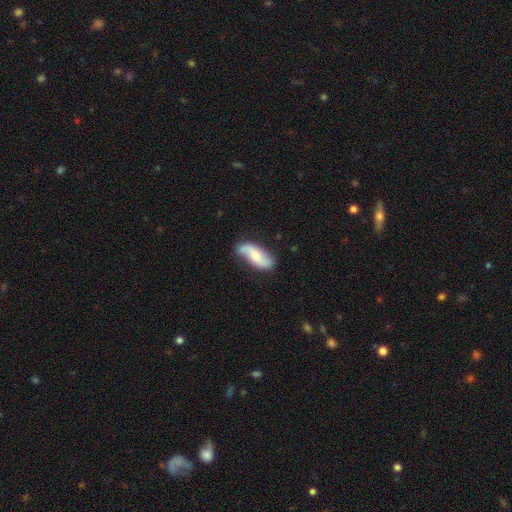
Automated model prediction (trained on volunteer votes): The model was most divided on "bar": no: 58%, weak: 30%, strong: 12%. More confident: edge-on disk — no (91%); spiral arms — yes (89%); spiral arm count — 2 (88%); spiral winding — loose (74%); merging — none (73%); smooth or featured — featured or disk (64%); bulge size — moderate (61%).